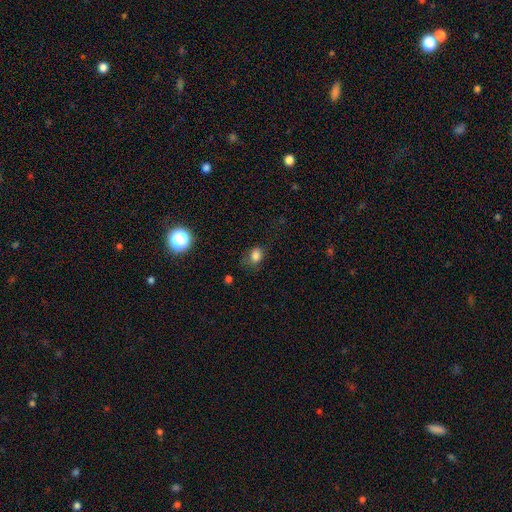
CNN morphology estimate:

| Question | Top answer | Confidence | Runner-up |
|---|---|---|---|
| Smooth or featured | smooth | 81% | star or artifact (13%) |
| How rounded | in between | 54% | round (45%) |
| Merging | none | 60% | minor disturbance (26%) |